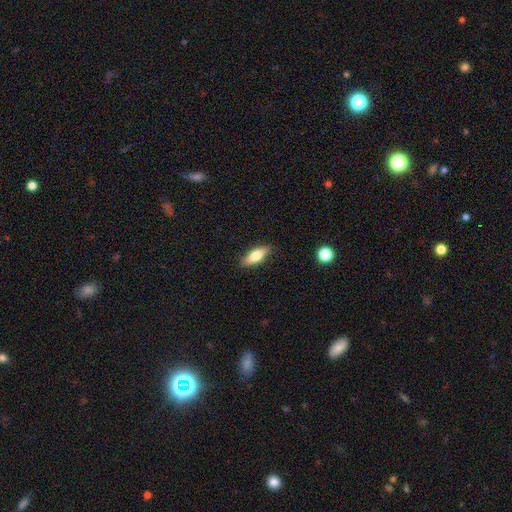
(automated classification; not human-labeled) This is likely a smooth galaxy (75%). How rounded: likely in between (68%). Merging: clearly none (86%).